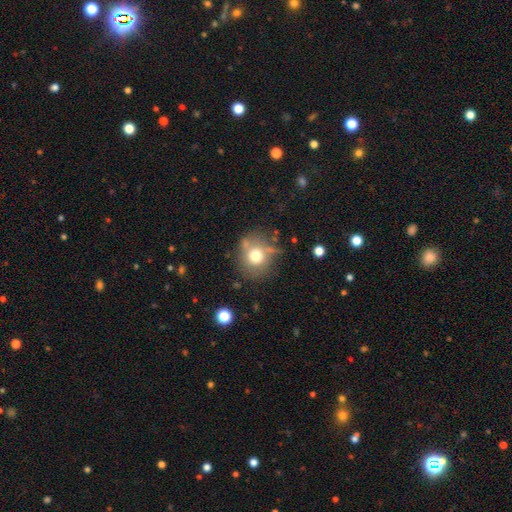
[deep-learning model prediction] Q: Smooth or featured?
A: smooth (70%); runner-up: featured or disk (17%)
Q: How rounded?
A: round (85%); runner-up: in between (14%)
Q: Merging?
A: none (62%); runner-up: minor disturbance (21%)